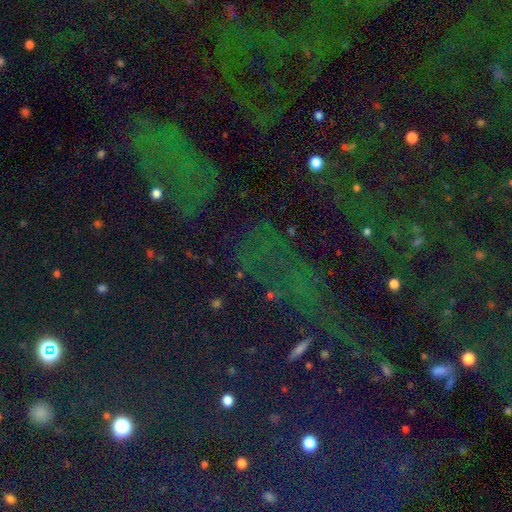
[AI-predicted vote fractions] star or artifact 69%, smooth 18%, featured or disk 13%.